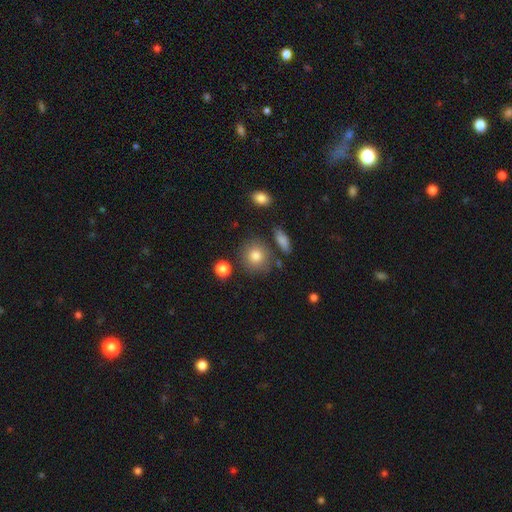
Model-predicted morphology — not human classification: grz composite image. It shows a smooth galaxy with no disk features (82%) that is round (86%). Merging: none (78%).